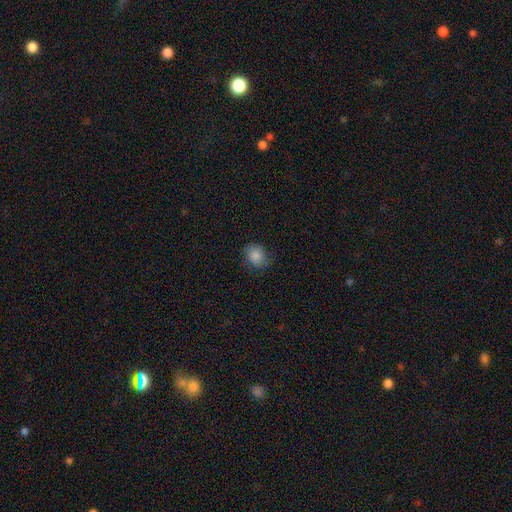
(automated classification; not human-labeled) Smooth or featured?
  - smooth: 86% *
  - star or artifact: 9%
  - featured or disk: 5%
How rounded?
  - round: 72% *
  - in between: 27%
  - cigar-shaped: 1%
Merging?
  - none: 78% *
  - minor disturbance: 16%
  - major disturbance: 5%
  - merger: 1%